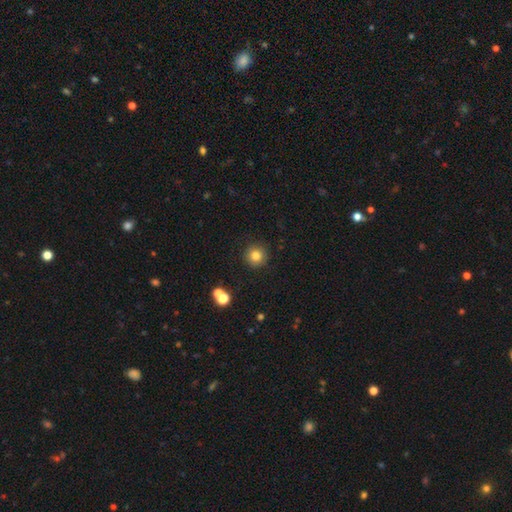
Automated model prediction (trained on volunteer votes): Q: Smooth or featured?
A: smooth (81%); runner-up: star or artifact (12%)
Q: How rounded?
A: round (95%); runner-up: in between (4%)
Q: Merging?
A: none (89%); runner-up: minor disturbance (6%)